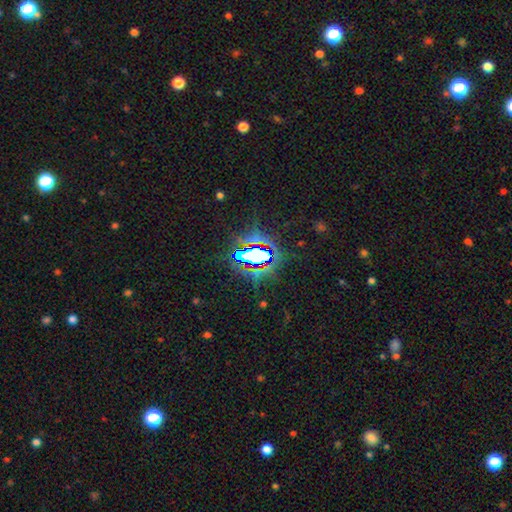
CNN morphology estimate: star or artifact 75%, smooth 14%, featured or disk 11%.